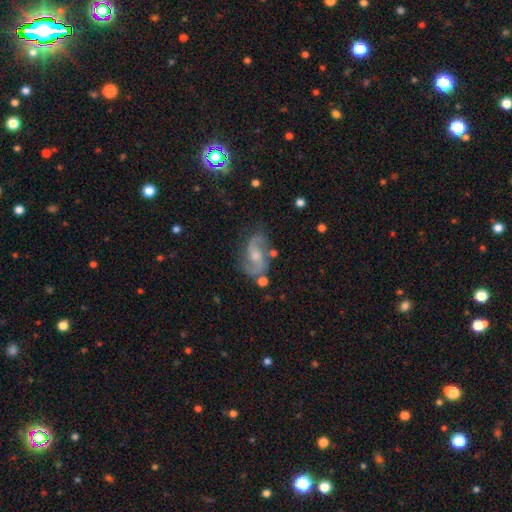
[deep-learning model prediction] Overall: featured or disk (82%). Edge-on disk: no (97%). Bar: no (53%; weak 39%). Spiral arms: yes (95%). Spiral arm count: 2 (89%). Spiral winding: medium (45%; loose 42%). Bulge size: moderate (50%; small 40%). Merging: none (67%).